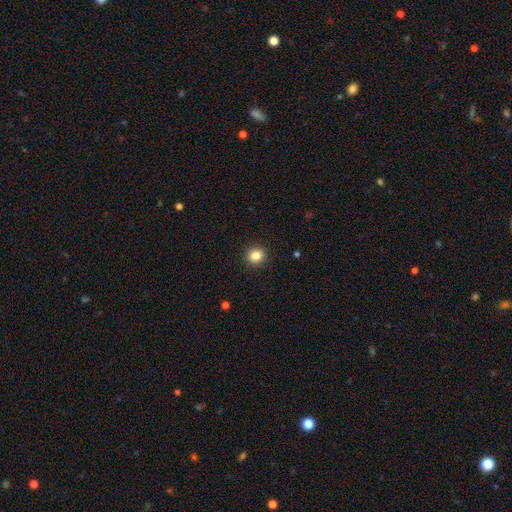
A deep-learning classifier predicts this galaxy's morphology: Smooth or featured? Predicted: smooth (p=0.84). How rounded? Predicted: round (p=0.78). Merging? Predicted: none (p=0.91).